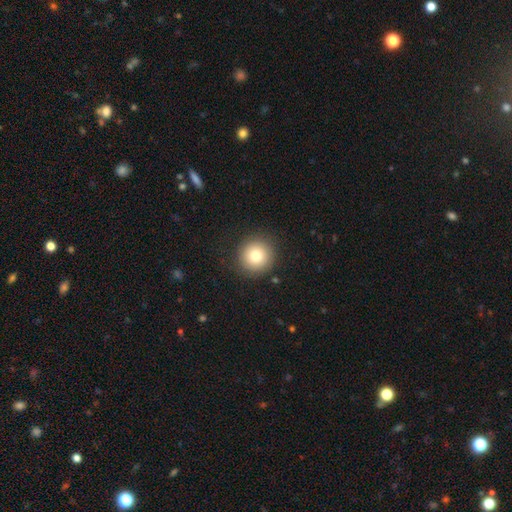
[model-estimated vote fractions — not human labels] The model was most divided on "smooth or featured": smooth: 78%, featured or disk: 12%, star or artifact: 11%. More confident: how rounded — round (95%); merging — none (89%).